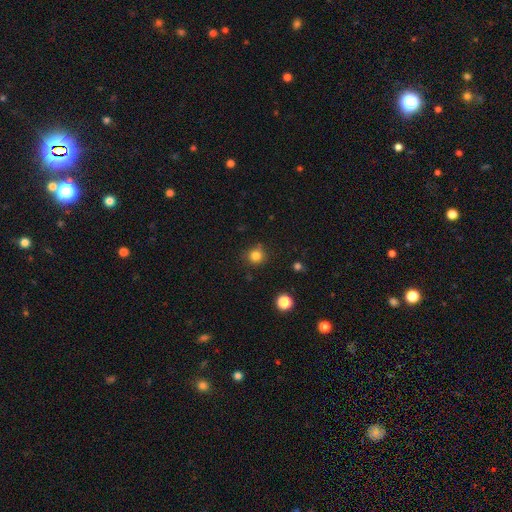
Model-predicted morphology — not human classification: type=smooth (82%); roundness=round (92%); merging=none (83%).